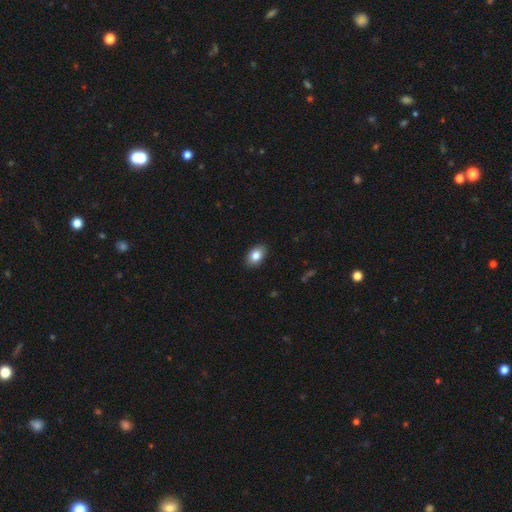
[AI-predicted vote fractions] Overall: smooth (84%). How rounded: in between (88%). Merging: none (89%).